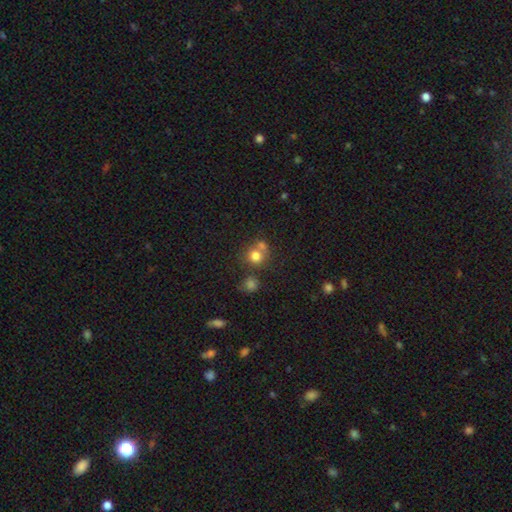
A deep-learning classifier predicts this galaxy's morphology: Smooth or featured: smooth — 76% (star or artifact — 13%)
How rounded: round — 85% (in between — 14%)
Merging: none — 48% (merger — 38%)